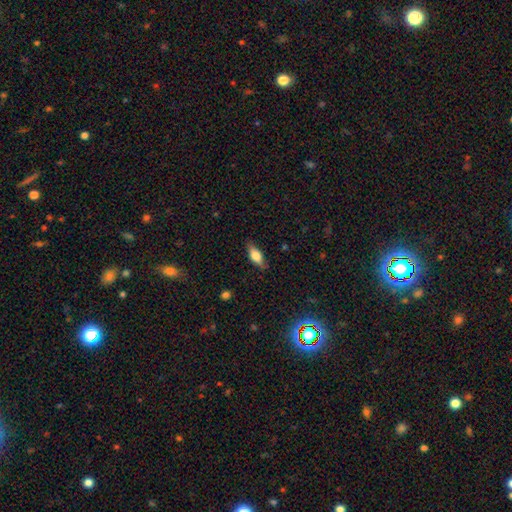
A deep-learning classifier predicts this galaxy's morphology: type=smooth (66%); roundness=in between (74%); merging=none (81%).